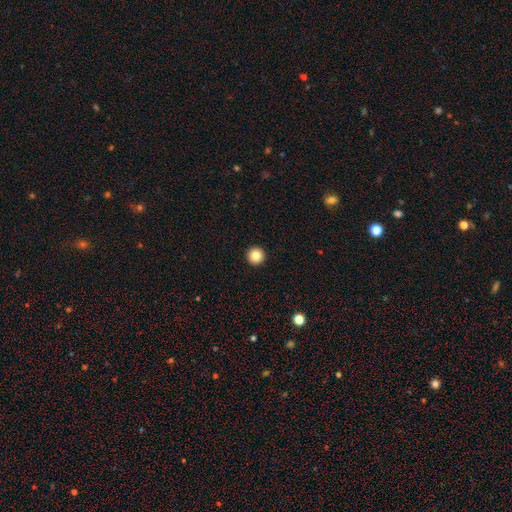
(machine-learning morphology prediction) Smooth or featured?
  - smooth: 84% *
  - star or artifact: 11%
  - featured or disk: 5%
How rounded?
  - round: 97% *
  - in between: 2%
  - cigar-shaped: 1%
Merging?
  - none: 94% *
  - minor disturbance: 3%
  - major disturbance: 1%
  - merger: 1%